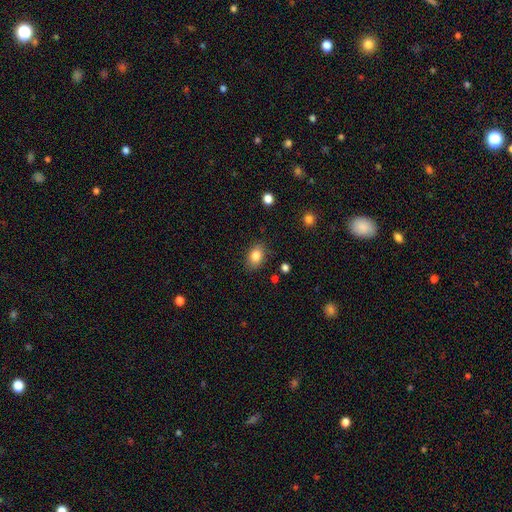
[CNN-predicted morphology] The model was most divided on "how rounded": in between: 75%, round: 23%, cigar-shaped: 1%. More confident: smooth or featured — smooth (84%); merging — none (84%).